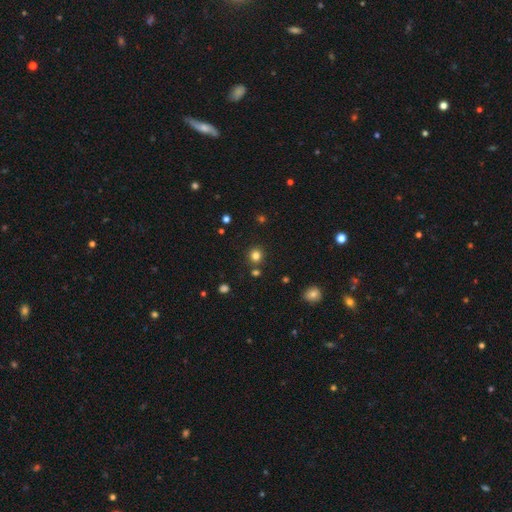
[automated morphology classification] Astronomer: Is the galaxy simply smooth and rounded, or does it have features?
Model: smooth — 81%.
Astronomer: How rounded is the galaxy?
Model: round — 90%.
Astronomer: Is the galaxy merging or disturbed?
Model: none — 84%.